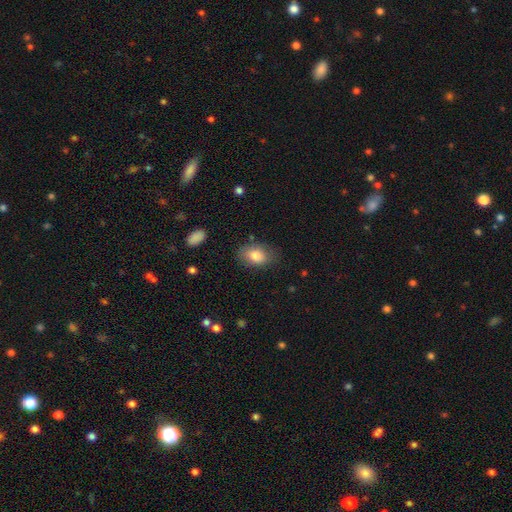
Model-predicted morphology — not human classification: Smooth or featured? smooth (81%)
How rounded? in between (84%)
Merging? none (74%)